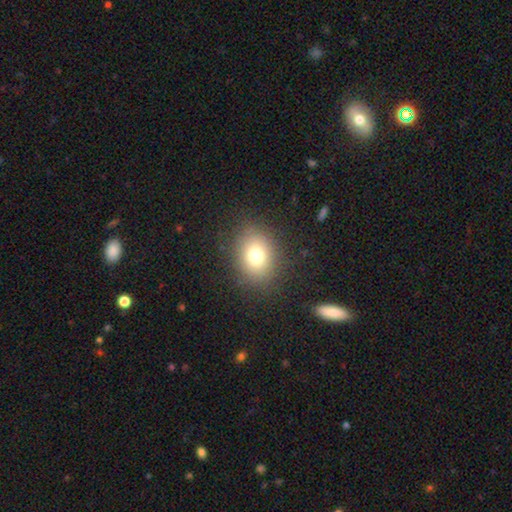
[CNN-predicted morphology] type=smooth (75%); roundness=in between (50%); merging=none (86%).